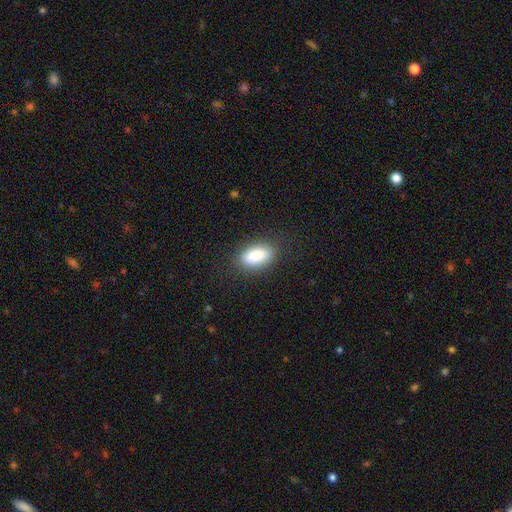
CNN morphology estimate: This is clearly a smooth galaxy (88%). How rounded: clearly in between (89%). Merging: clearly none (83%).